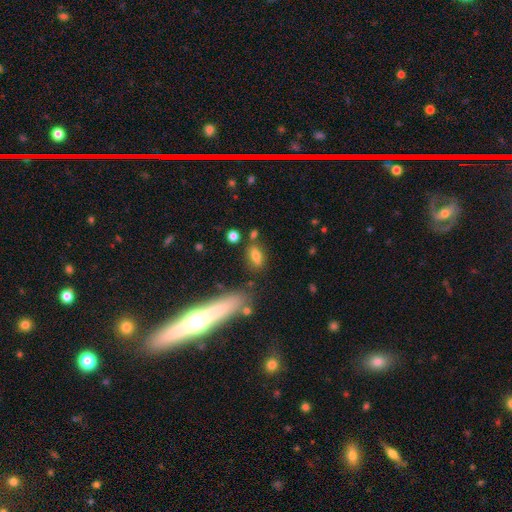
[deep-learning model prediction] This is likely a smooth galaxy (76%). How rounded: likely in between (73%). Merging: likely none (70%).